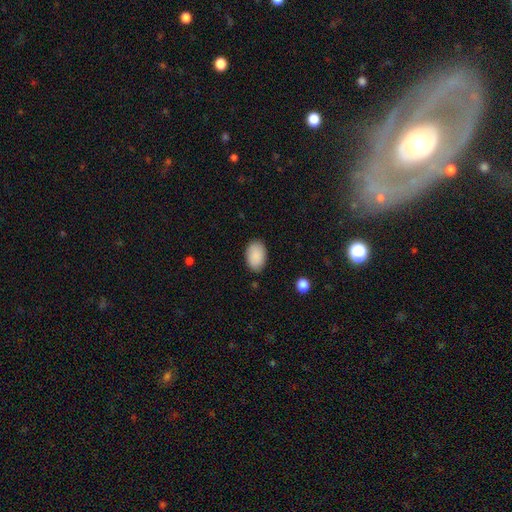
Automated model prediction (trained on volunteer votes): Smooth or featured?
  - smooth: 90% *
  - star or artifact: 6%
  - featured or disk: 3%
How rounded?
  - in between: 91% *
  - round: 8%
  - cigar-shaped: 1%
Merging?
  - none: 86% *
  - minor disturbance: 11%
  - major disturbance: 2%
  - merger: 1%